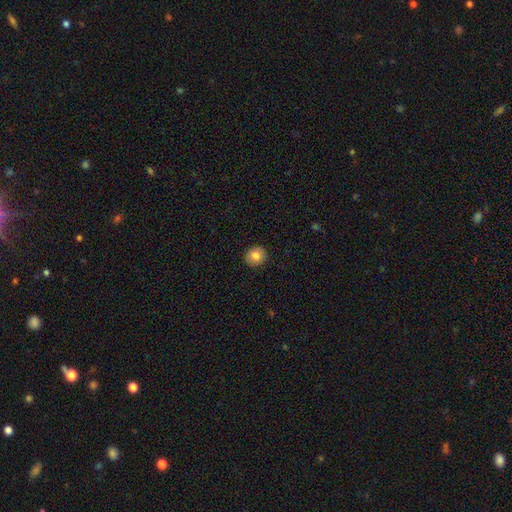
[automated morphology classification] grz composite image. It shows a smooth galaxy with no disk features (82%) that is round (87%). Merging: none (91%).